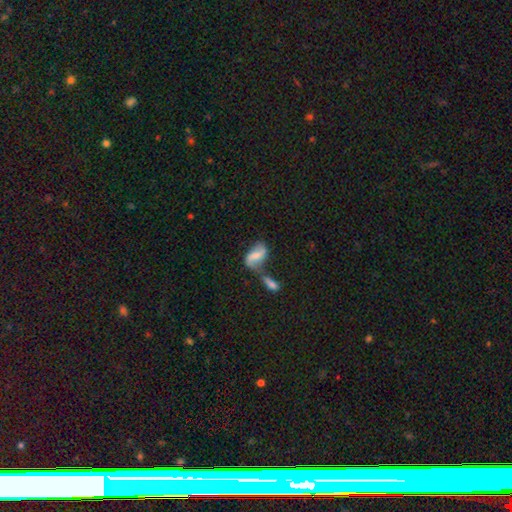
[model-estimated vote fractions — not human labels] This is possibly a featured or disk galaxy (54%). It is clearly not viewed edge-on (95%). Bar: marginally weak (43%). Spiral arm pattern: likely yes (79%). Central bulge: marginally none (38%). Merging: marginally merger (44%).